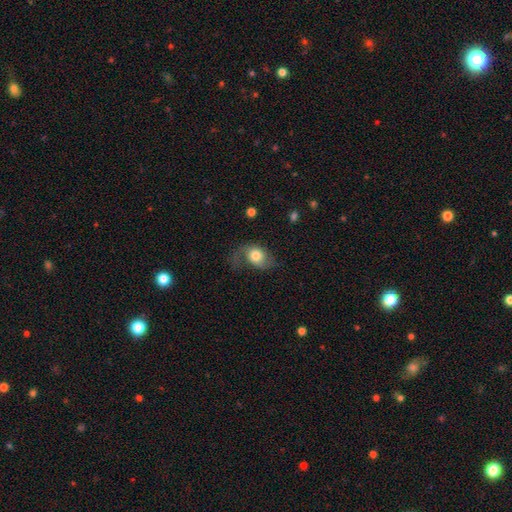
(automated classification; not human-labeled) This appears to be a smooth galaxy with no disk features (58%) that is in between round and cigar-shaped (60%). Merging: none (39%).